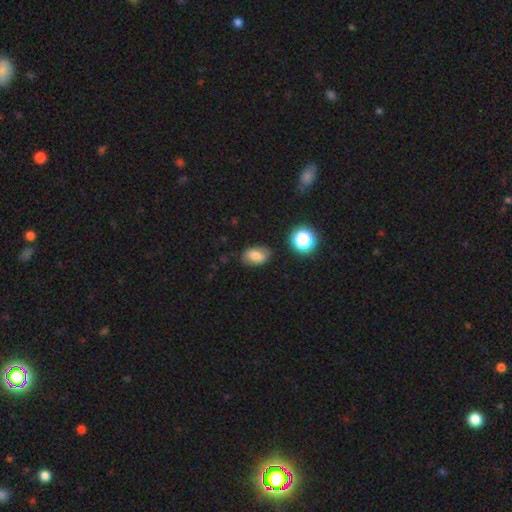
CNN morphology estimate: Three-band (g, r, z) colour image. It shows a smooth galaxy with no disk features (76%) that is in between round and cigar-shaped (82%). Merging: none (77%).